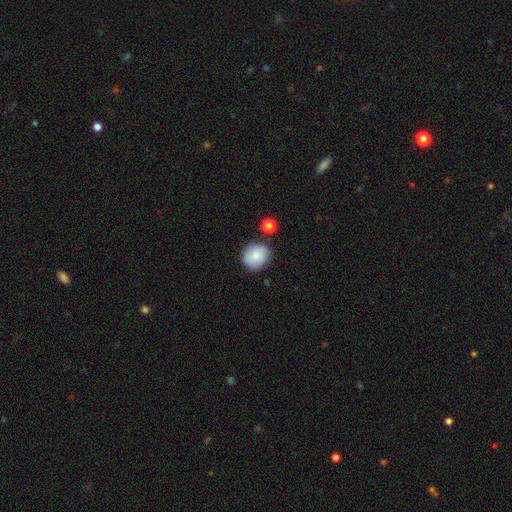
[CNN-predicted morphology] Smooth or featured? smooth (82%)
How rounded? round (80%)
Merging? none (78%)